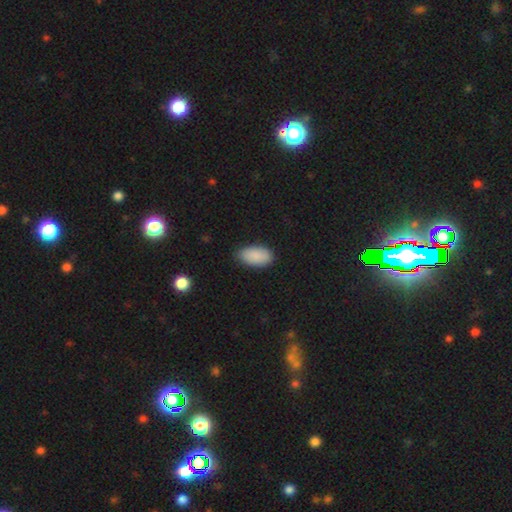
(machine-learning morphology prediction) A smooth galaxy with no disk features (89%) that is in between round and cigar-shaped (94%).

Vote fractions:
- Smooth or featured? smooth: 89% / star or artifact: 6% / featured or disk: 5%
- How rounded? in between: 94% / round: 3% / cigar-shaped: 3%
- Merging? none: 80% / minor disturbance: 16% / major disturbance: 3% / merger: 1%